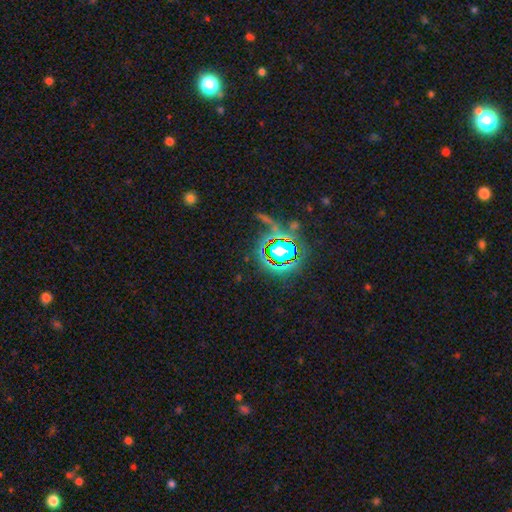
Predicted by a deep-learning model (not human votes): This appears to be a star or artifact, not a galaxy (77%).